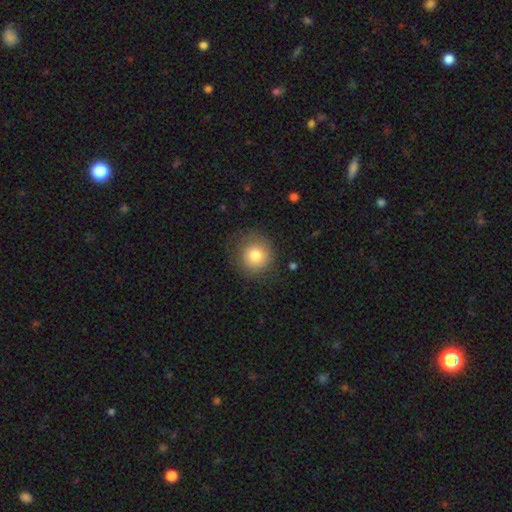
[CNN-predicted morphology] Q: Smooth or featured?
A: smooth (79%); runner-up: featured or disk (11%)
Q: How rounded?
A: round (91%); runner-up: in between (9%)
Q: Merging?
A: none (80%); runner-up: minor disturbance (14%)